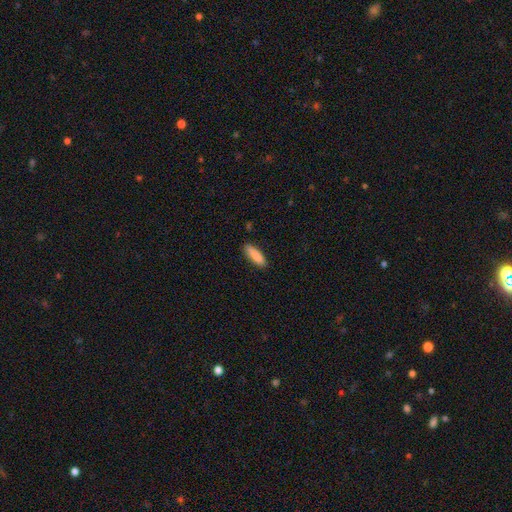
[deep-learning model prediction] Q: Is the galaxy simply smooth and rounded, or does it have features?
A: smooth — 88%.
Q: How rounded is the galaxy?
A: cigar-shaped — 53%.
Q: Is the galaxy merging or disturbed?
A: none — 86%.